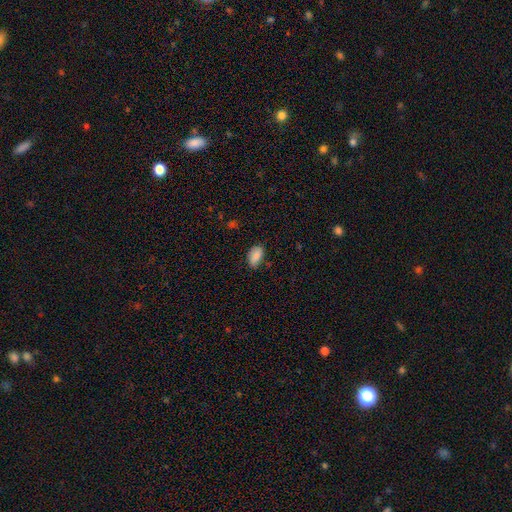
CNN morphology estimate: A smooth galaxy with no disk features (86%) that is in between round and cigar-shaped (93%).

Vote fractions:
- Smooth or featured? smooth: 86% / star or artifact: 7% / featured or disk: 6%
- How rounded? in between: 93% / round: 5% / cigar-shaped: 2%
- Merging? none: 76% / minor disturbance: 19% / major disturbance: 3% / merger: 2%